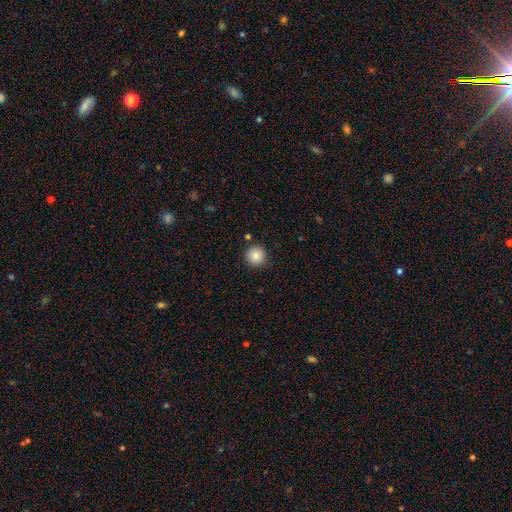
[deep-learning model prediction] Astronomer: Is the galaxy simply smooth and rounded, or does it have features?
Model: smooth — 86%.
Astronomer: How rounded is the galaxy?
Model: round — 96%.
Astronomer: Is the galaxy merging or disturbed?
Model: none — 90%.